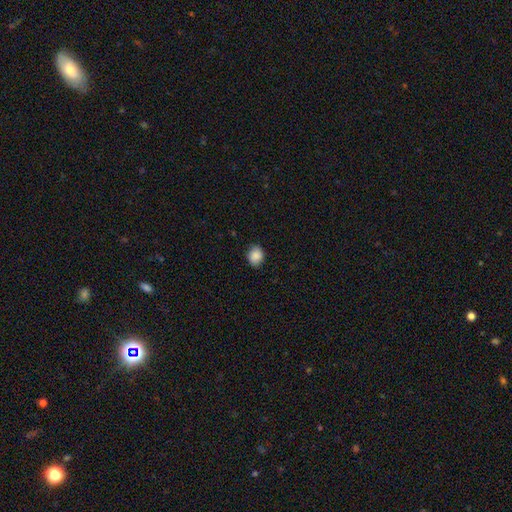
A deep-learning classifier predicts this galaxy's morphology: This is clearly a smooth galaxy (88%). How rounded: possibly round (59%). Merging: clearly none (85%).